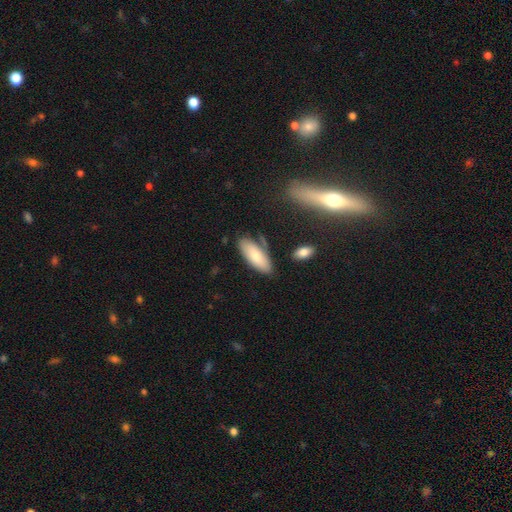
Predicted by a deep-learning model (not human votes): Smooth or featured?
  - smooth: 78% *
  - featured or disk: 16%
  - star or artifact: 6%
How rounded?
  - in between: 78% *
  - cigar-shaped: 20%
  - round: 2%
Merging?
  - none: 71% *
  - minor disturbance: 19%
  - merger: 6%
  - major disturbance: 4%